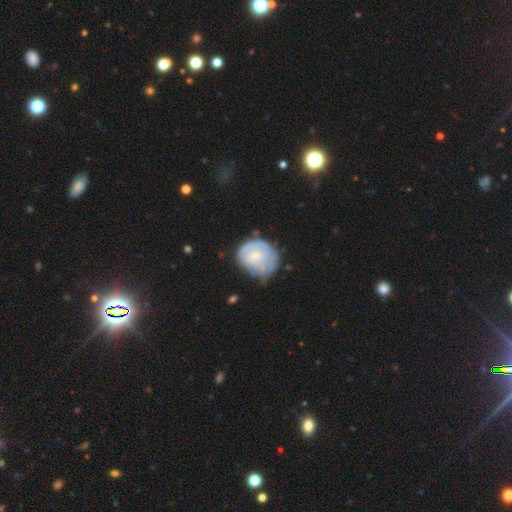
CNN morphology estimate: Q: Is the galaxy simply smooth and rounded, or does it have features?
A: featured or disk — 53%.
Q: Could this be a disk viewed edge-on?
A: no — 97%.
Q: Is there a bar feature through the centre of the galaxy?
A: no — 71%.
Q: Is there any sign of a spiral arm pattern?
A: yes — 63%.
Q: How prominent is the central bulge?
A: small — 65%.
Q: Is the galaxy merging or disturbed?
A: none — 49%.